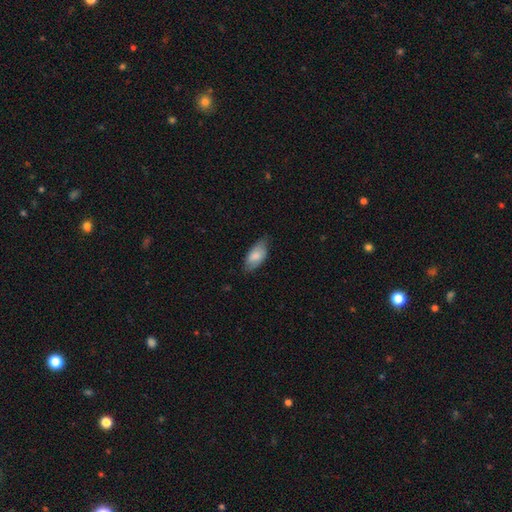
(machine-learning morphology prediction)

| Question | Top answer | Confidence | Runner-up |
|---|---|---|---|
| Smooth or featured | smooth | 79% | featured or disk (15%) |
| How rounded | in between | 91% | cigar-shaped (6%) |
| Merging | none | 71% | minor disturbance (24%) |